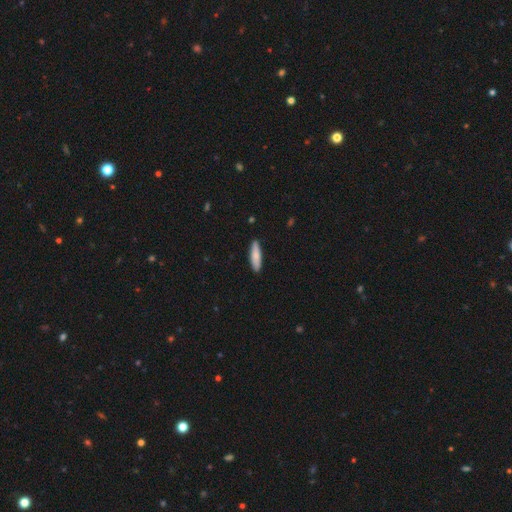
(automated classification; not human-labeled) smooth 78%, featured or disk 17%, star or artifact 5%. Down the decision tree: how rounded — cigar-shaped (70%); merging — none (89%).